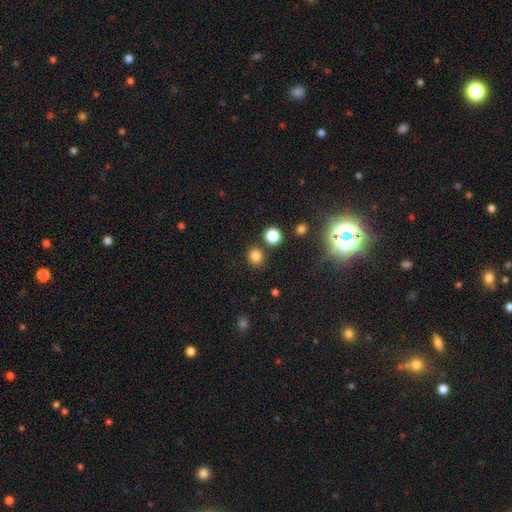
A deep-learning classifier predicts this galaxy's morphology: smooth_or_featured: smooth (p=0.81) [alt: star or artifact p=0.14]
how_rounded: round (p=0.81) [alt: in between p=0.18]
merging: none (p=0.80) [alt: minor disturbance p=0.09]